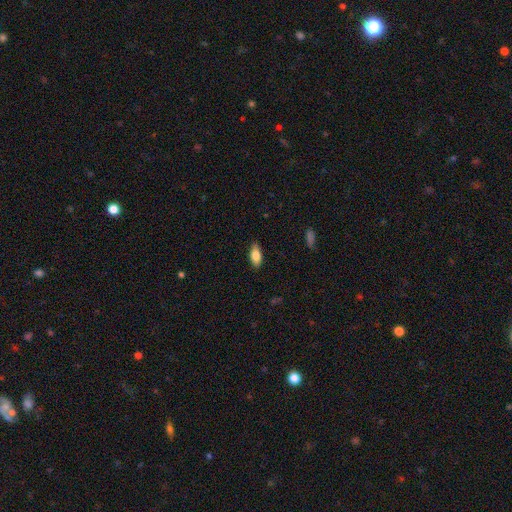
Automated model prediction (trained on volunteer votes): Overall: smooth (80%). How rounded: in between (86%). Merging: none (85%).